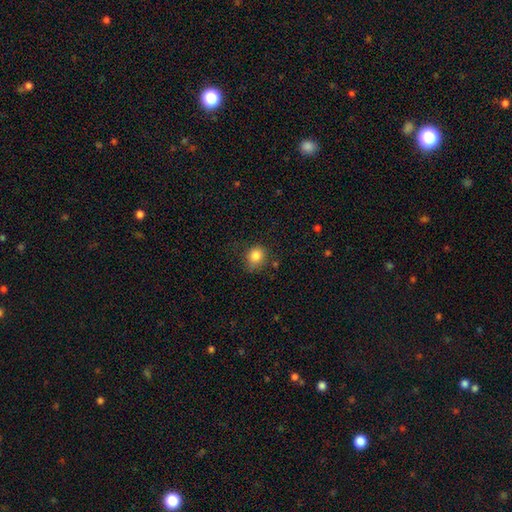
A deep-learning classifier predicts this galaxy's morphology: smooth_or_featured: smooth (p=0.84) [alt: star or artifact p=0.10]
how_rounded: round (p=0.74) [alt: in between p=0.25]
merging: none (p=0.70) [alt: minor disturbance p=0.21]